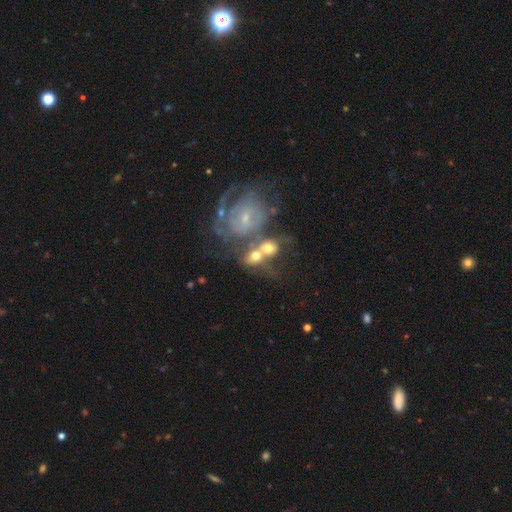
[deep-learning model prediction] featured or disk 48%, smooth 40%, star or artifact 12%. Down the decision tree: merging — merger (59%).